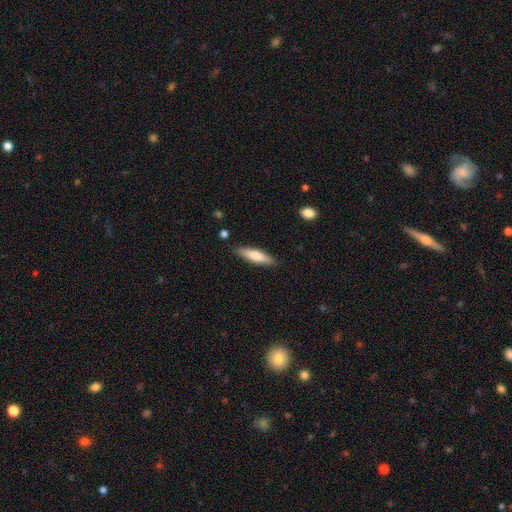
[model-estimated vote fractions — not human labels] A smooth galaxy with no disk features (76%) that is cigar-shaped (67%).

Vote fractions:
- Smooth or featured? smooth: 76% / featured or disk: 19% / star or artifact: 6%
- How rounded? cigar-shaped: 67% / in between: 31% / round: 2%
- Merging? none: 87% / minor disturbance: 9% / major disturbance: 2% / merger: 2%